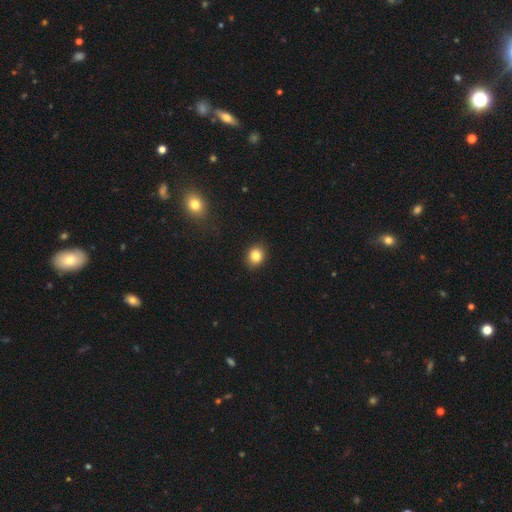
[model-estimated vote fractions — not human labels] smooth 84%, star or artifact 10%, featured or disk 6%. Down the decision tree: how rounded — round (67%); merging — none (89%).